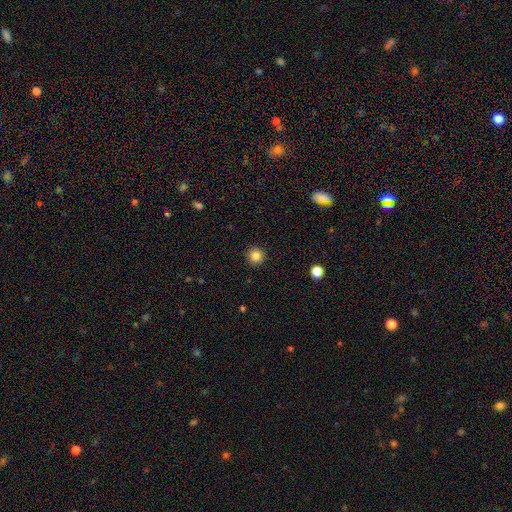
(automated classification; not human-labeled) smooth_or_featured: smooth (p=0.84) [alt: star or artifact p=0.11]
how_rounded: round (p=0.95) [alt: in between p=0.04]
merging: none (p=0.92) [alt: minor disturbance p=0.05]